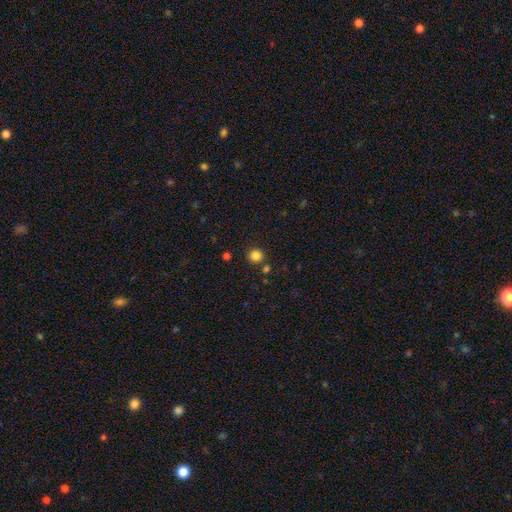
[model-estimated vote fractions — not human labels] Smooth or featured? Predicted: smooth (p=0.84). How rounded? Predicted: round (p=0.92). Merging? Predicted: none (p=0.85).